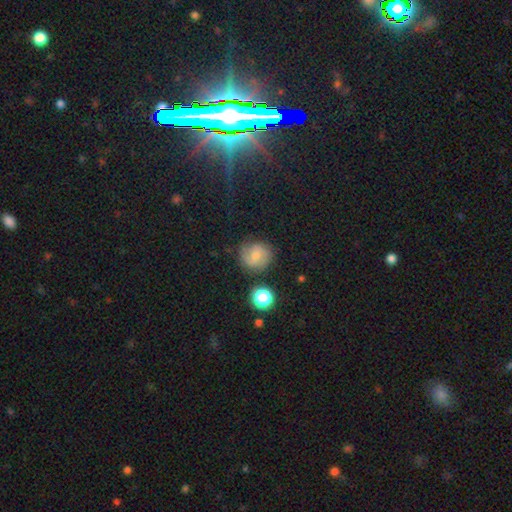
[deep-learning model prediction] smooth-or-featured: smooth: 54% | featured or disk: 33% | star or artifact: 13%
  how-rounded: round: 89% | in between: 10% | cigar-shaped: 1%
  merging: none: 73% | minor disturbance: 17% | major disturbance: 6% | merger: 3%